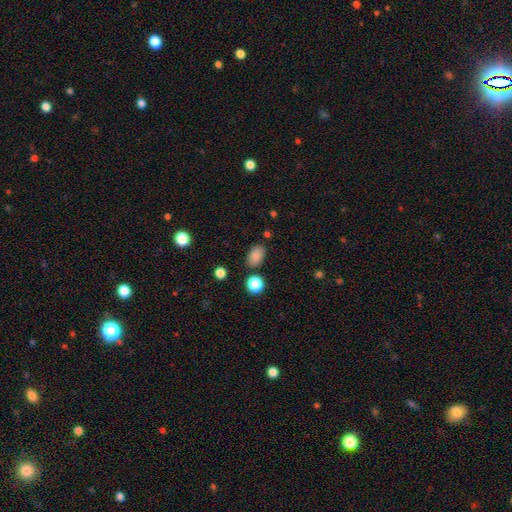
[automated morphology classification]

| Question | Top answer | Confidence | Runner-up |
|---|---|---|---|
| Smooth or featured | smooth | 85% | star or artifact (10%) |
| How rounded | in between | 87% | round (12%) |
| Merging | none | 81% | minor disturbance (12%) |